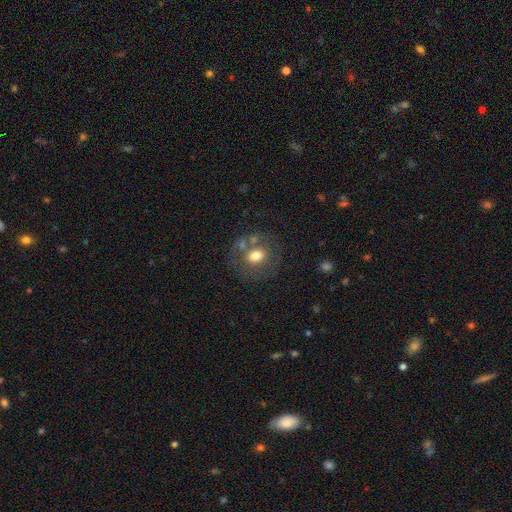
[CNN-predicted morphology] smooth_or_featured: smooth (p=0.66) [alt: featured or disk p=0.24]
how_rounded: round (p=0.61) [alt: in between p=0.38]
merging: none (p=0.63) [alt: minor disturbance p=0.15]